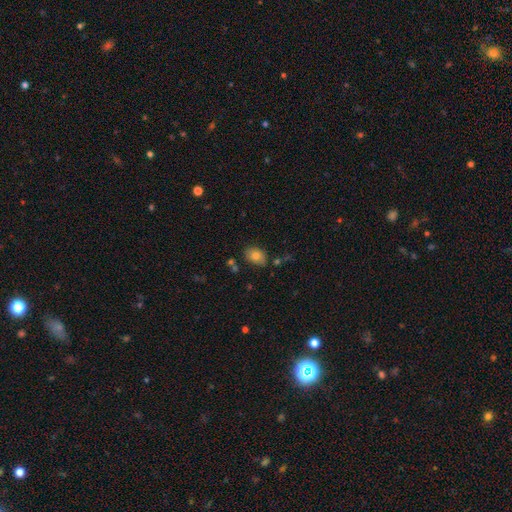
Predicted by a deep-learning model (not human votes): smooth 78%, featured or disk 12%, star or artifact 9%. Down the decision tree: how rounded — in between (77%); merging — none (74%).